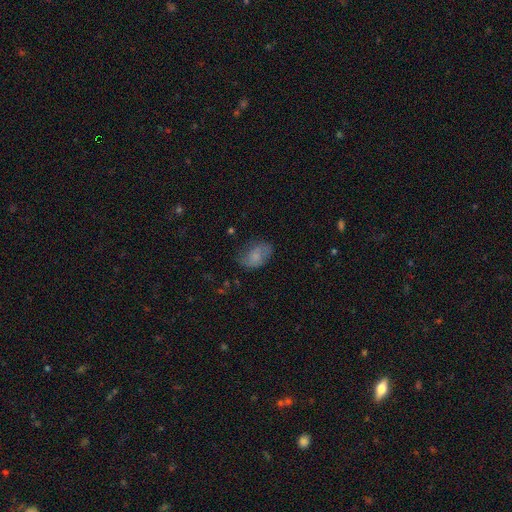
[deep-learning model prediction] Smooth or featured? Predicted: smooth (p=0.66). How rounded? Predicted: in between (p=0.87). Merging? Predicted: none (p=0.64).